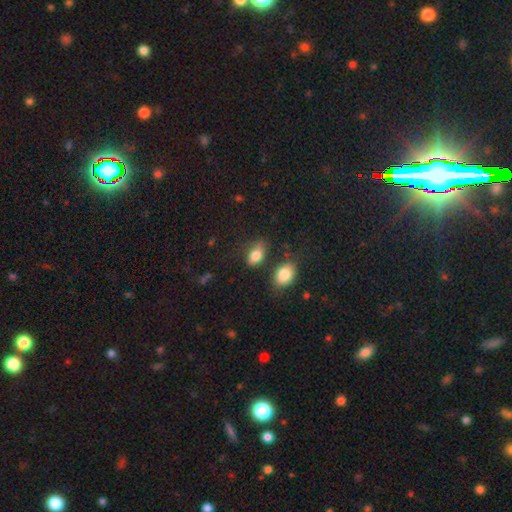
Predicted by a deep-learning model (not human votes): Smooth or featured? Predicted: smooth (p=0.83). How rounded? Predicted: in between (p=0.87). Merging? Predicted: none (p=0.58).